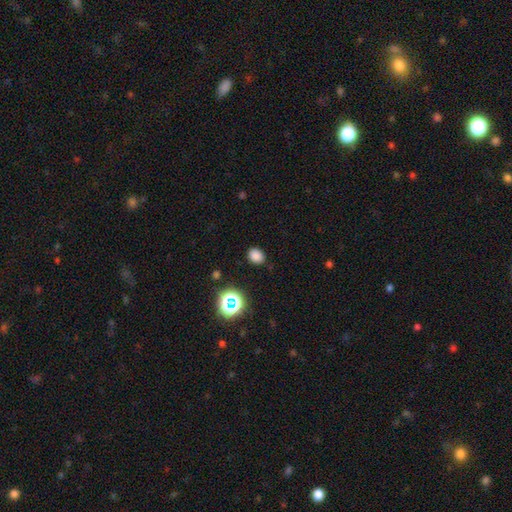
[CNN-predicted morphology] This is likely a smooth galaxy (79%). How rounded: possibly in between (54%). Merging: clearly none (85%).